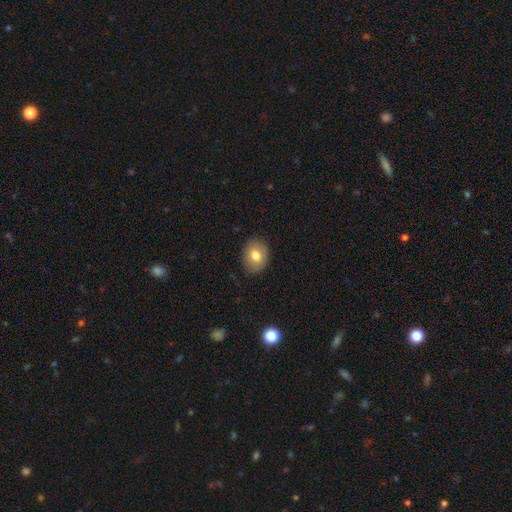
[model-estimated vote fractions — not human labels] Q: Smooth or featured?
A: smooth (77%); runner-up: featured or disk (14%)
Q: How rounded?
A: in between (54%); runner-up: round (45%)
Q: Merging?
A: none (84%); runner-up: minor disturbance (12%)